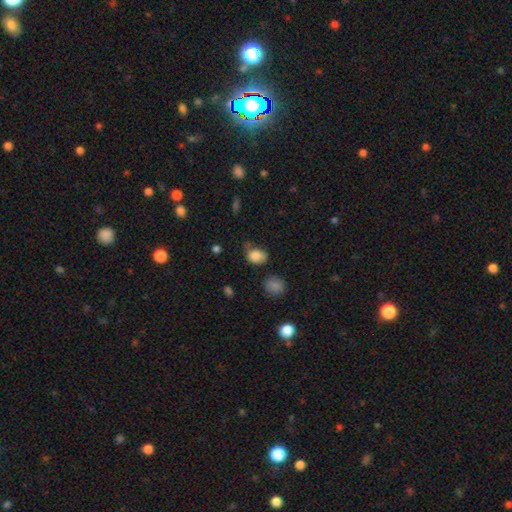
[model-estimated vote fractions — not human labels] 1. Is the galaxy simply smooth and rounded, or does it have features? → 84% smooth, 10% star or artifact, 6% featured or disk.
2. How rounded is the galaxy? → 65% in between, 34% round, 1% cigar-shaped.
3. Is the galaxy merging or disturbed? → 59% none, 28% minor disturbance, 7% major disturbance, 6% merger.